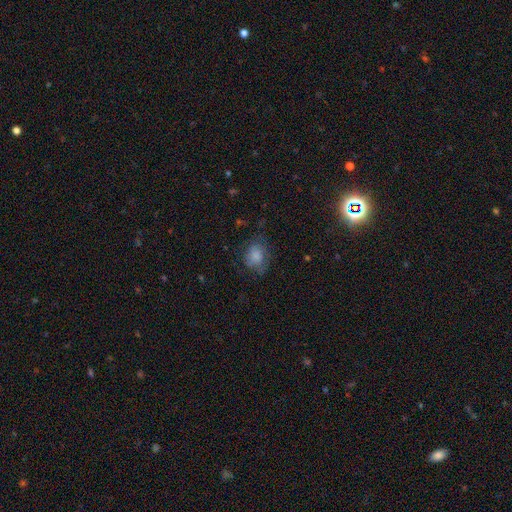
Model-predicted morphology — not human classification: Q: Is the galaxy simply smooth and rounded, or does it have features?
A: smooth — 75%.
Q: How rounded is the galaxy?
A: round — 52%.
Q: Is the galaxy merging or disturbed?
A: none — 57%.